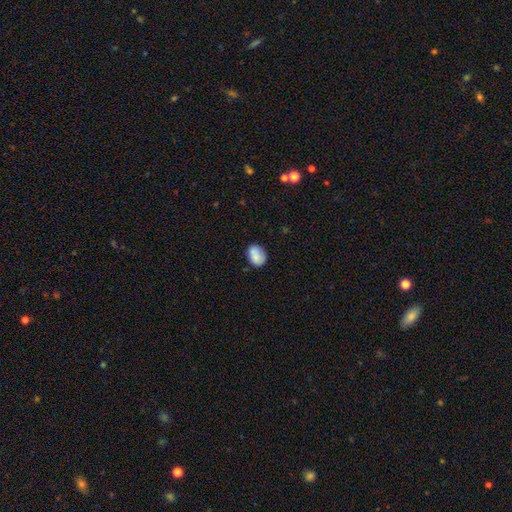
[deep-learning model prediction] This appears to be a smooth galaxy with no disk features (81%) that is in between round and cigar-shaped (70%). Merging: none (66%).